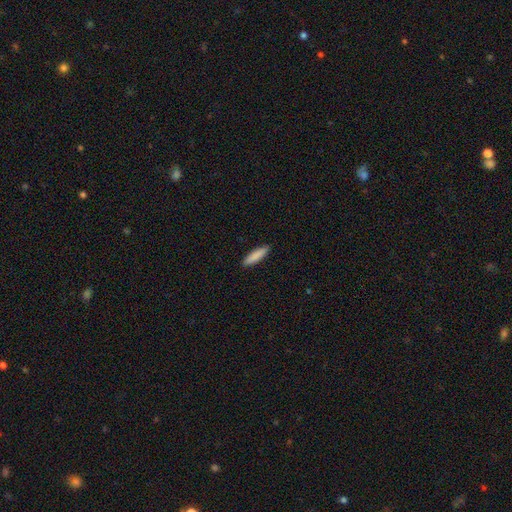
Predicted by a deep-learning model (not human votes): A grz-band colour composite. It shows a smooth galaxy with no disk features (87%) that is cigar-shaped (77%). Merging: none (90%).